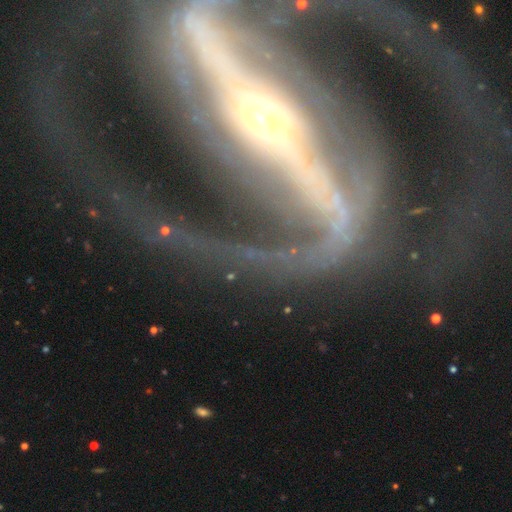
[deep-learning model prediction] smooth-or-featured: featured or disk: 85% | star or artifact: 8% | smooth: 8%
  disk-edge-on: no: 86% | yes: 14%
    bar: strong: 62% | no: 21% | weak: 17%
    has-spiral-arms: yes: 74% | no: 26%
      spiral-winding: loose: 39% | medium: 35% | tight: 27%
      spiral-arm-count: 2: 60% | can't tell: 14% | 1: 14% | 3: 5% | 4: 4% | more than 4: 4%
    bulge-size: small: 44% (tied) | moderate: 44% (tied) | large: 7% | dominant: 3% | none: 3%
  merging: major disturbance: 41% | none: 38% | minor disturbance: 14% | merger: 7%